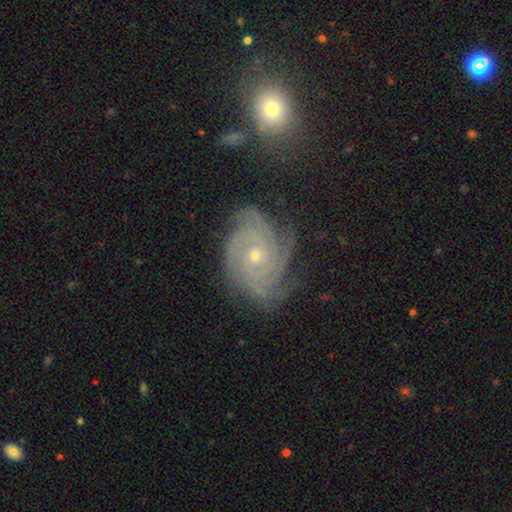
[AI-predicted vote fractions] The model was most divided on "spiral arm count": 4: 33%, 3: 20%, can't tell: 18%, more than 4: 14%, 2: 8%, 1: 7%. More confident: spiral arms — yes (98%); edge-on disk — no (97%); smooth or featured — featured or disk (86%); bar — no (79%); merging — none (72%); spiral winding — tight (72%); bulge size — small (63%).